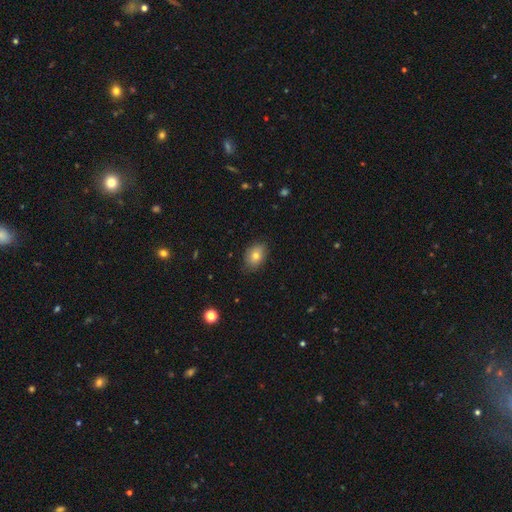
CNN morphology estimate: This appears to be a smooth galaxy with no disk features (76%) that is in between round and cigar-shaped (74%). Merging: none (79%).